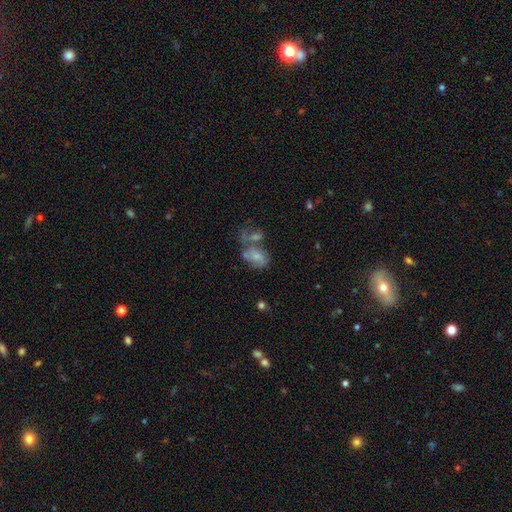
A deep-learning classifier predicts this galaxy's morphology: Smooth or featured? Predicted: smooth (p=0.53). How rounded? Predicted: in between (p=0.77). Merging? Predicted: merger (p=0.40).